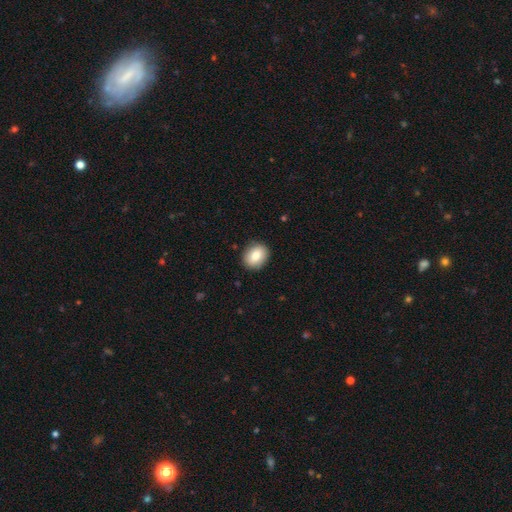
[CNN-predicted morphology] Smooth or featured? smooth (82%)
How rounded? in between (53%)
Merging? none (89%)